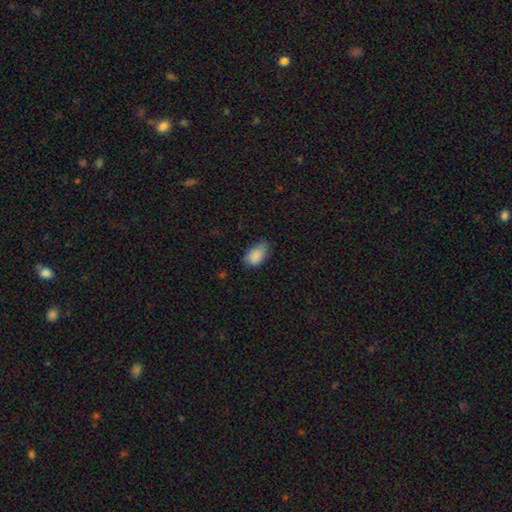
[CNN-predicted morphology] Smooth or featured?
  - smooth: 87% *
  - star or artifact: 8%
  - featured or disk: 6%
How rounded?
  - in between: 92% *
  - round: 6%
  - cigar-shaped: 2%
Merging?
  - none: 57% *
  - minor disturbance: 35%
  - major disturbance: 7%
  - merger: 1%